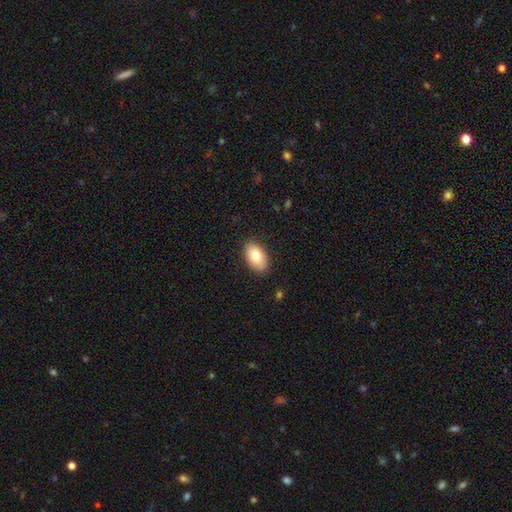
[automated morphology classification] The model was most divided on "smooth or featured": smooth: 79%, featured or disk: 14%, star or artifact: 7%. More confident: how rounded — in between (93%); merging — none (88%).